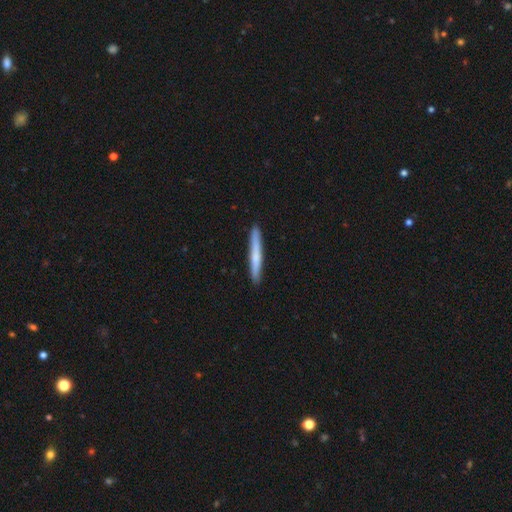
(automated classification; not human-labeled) Smooth or featured: smooth — 61% (featured or disk — 34%)
How rounded: cigar-shaped — 97% (in between — 2%)
Merging: none — 92% (minor disturbance — 6%)